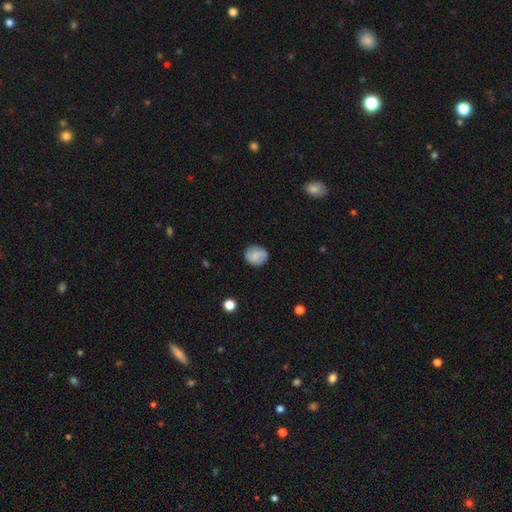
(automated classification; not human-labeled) This is likely a smooth galaxy (61%). How rounded: likely round (73%). Merging: likely none (80%).